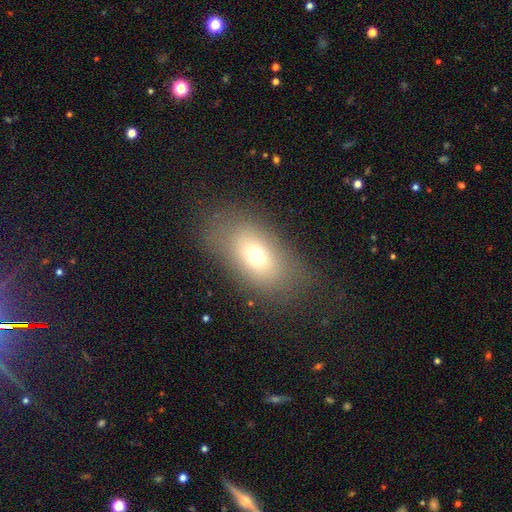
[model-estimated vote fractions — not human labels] Overall: smooth (69%). How rounded: in between (84%). Merging: none (77%).